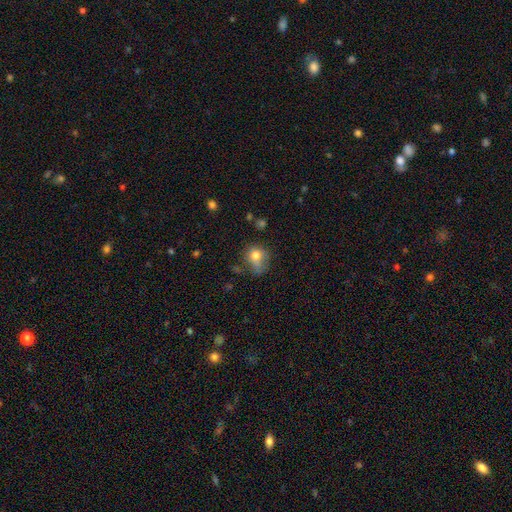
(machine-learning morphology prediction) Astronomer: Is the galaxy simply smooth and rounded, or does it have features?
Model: smooth — 74%.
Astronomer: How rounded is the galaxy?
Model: round — 59% (runner-up: in between, 40%).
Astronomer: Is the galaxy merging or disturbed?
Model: none — 39% (runner-up: minor disturbance, 32%).